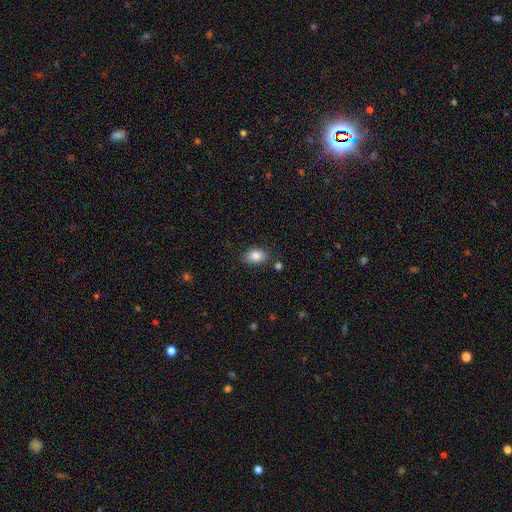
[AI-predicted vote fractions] Smooth or featured?
  - smooth: 86% *
  - star or artifact: 8%
  - featured or disk: 6%
How rounded?
  - in between: 85% *
  - round: 14%
  - cigar-shaped: 1%
Merging?
  - none: 78% *
  - minor disturbance: 14%
  - merger: 4%
  - major disturbance: 3%